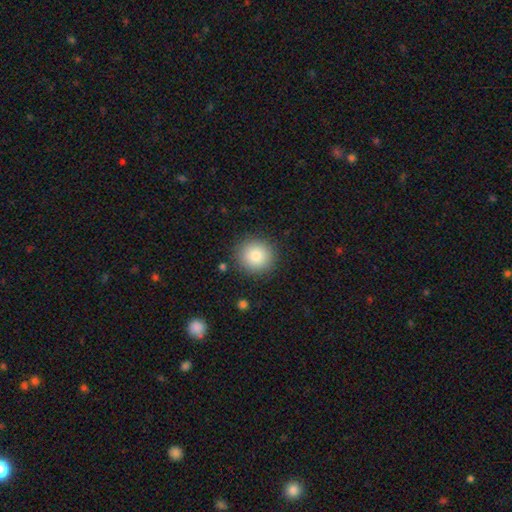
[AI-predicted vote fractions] Smooth or featured? smooth (83%)
How rounded? round (93%)
Merging? none (89%)